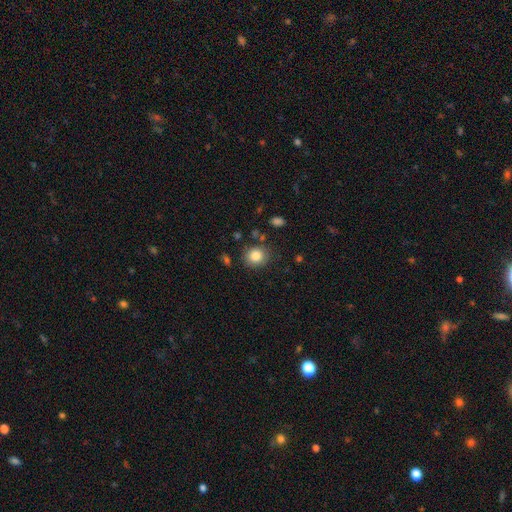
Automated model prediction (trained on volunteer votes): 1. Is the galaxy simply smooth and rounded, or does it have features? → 83% smooth, 10% star or artifact, 7% featured or disk.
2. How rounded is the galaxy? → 76% round, 23% in between, 1% cigar-shaped.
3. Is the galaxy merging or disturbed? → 82% none, 11% minor disturbance, 3% major disturbance, 3% merger.